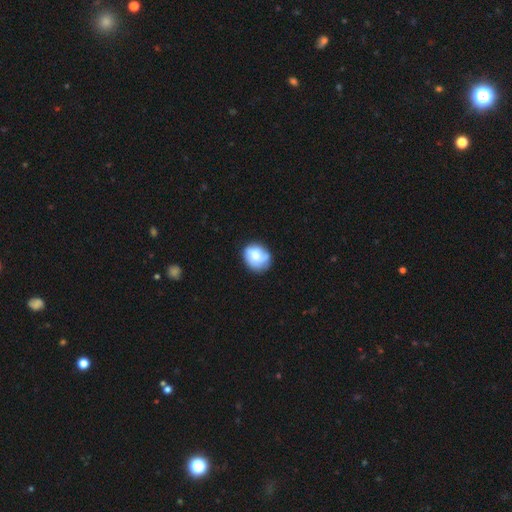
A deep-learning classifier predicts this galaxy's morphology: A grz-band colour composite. It shows a smooth galaxy with no disk features (65%) that is round (64%). Merging: none (67%).